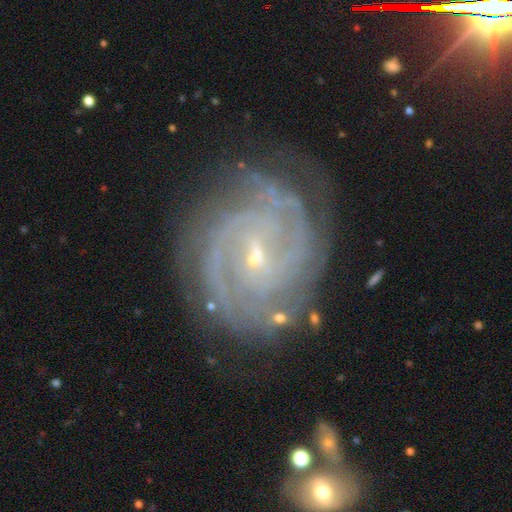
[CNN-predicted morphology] Overall: featured or disk (89%). Edge-on disk: no (97%). Bar: weak (52%; no 31%). Spiral arms: yes (98%). Spiral arm count: 2 (28%; can't tell 23%). Spiral winding: tight (70%). Bulge size: small (77%). Merging: none (74%).